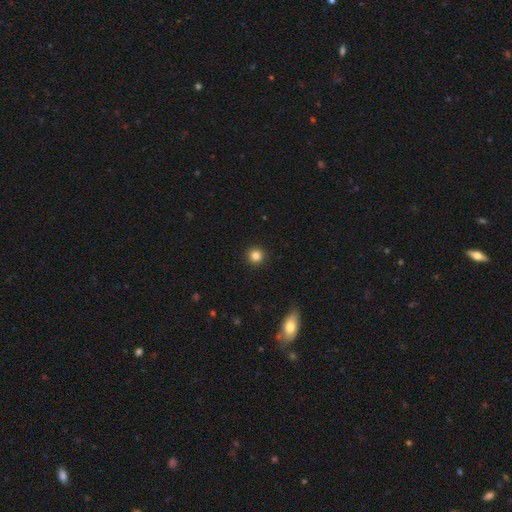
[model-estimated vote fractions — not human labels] Smooth or featured? Predicted: smooth (p=0.84). How rounded? Predicted: round (p=0.95). Merging? Predicted: none (p=0.93).